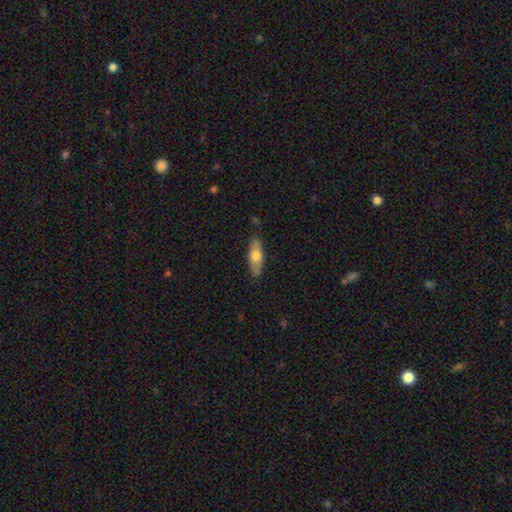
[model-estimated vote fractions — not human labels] This is likely a smooth galaxy (67%). How rounded: likely in between (65%). Merging: clearly none (84%).